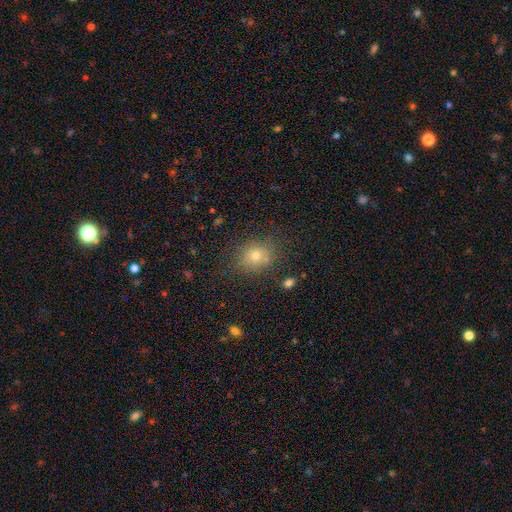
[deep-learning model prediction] This is likely a smooth galaxy (72%). How rounded: likely round (63%). Merging: clearly none (81%).